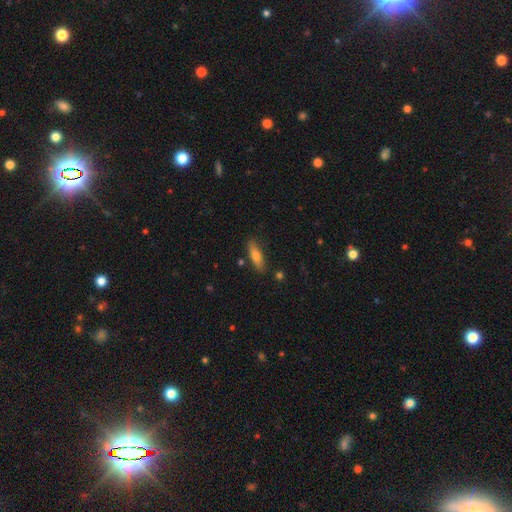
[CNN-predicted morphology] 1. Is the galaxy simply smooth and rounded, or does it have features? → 69% smooth, 24% featured or disk, 7% star or artifact.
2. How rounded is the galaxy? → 60% cigar-shaped, 38% in between, 2% round.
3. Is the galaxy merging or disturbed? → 83% none, 12% minor disturbance, 3% merger, 2% major disturbance.